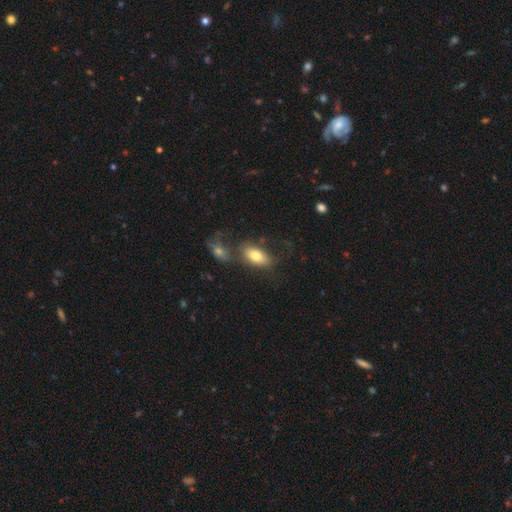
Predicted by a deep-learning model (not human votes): This is likely a smooth galaxy (74%). How rounded: clearly in between (90%). Merging: possibly none (50%).